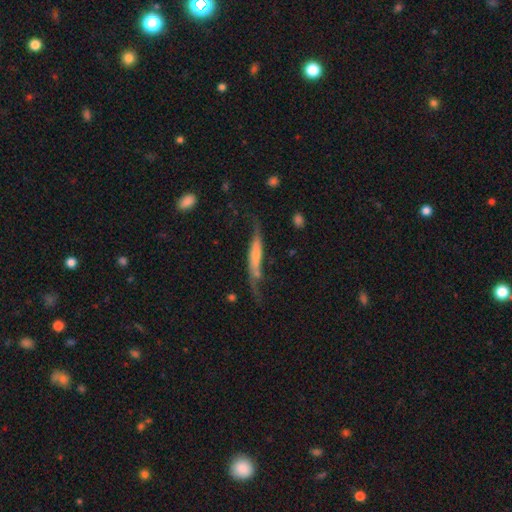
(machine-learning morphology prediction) Smooth or featured? Predicted: featured or disk (p=0.64). Edge-on disk? Predicted: yes (p=0.50, tied with no). Merging? Predicted: none (p=0.44).